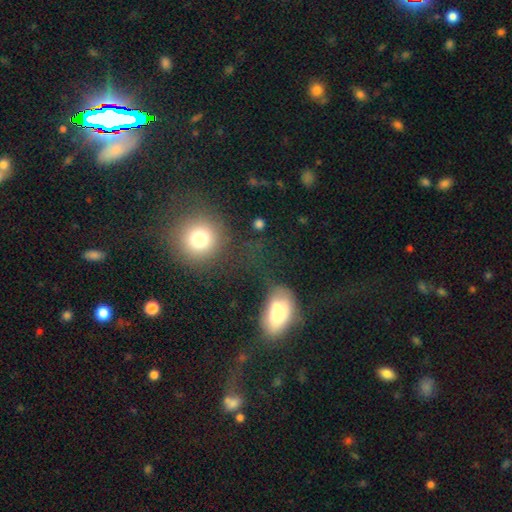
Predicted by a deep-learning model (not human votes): smooth_or_featured: smooth (p=0.58) [alt: star or artifact p=0.25]
how_rounded: round (p=0.51) [alt: in between p=0.45]
merging: none (p=0.49) [alt: major disturbance p=0.24]